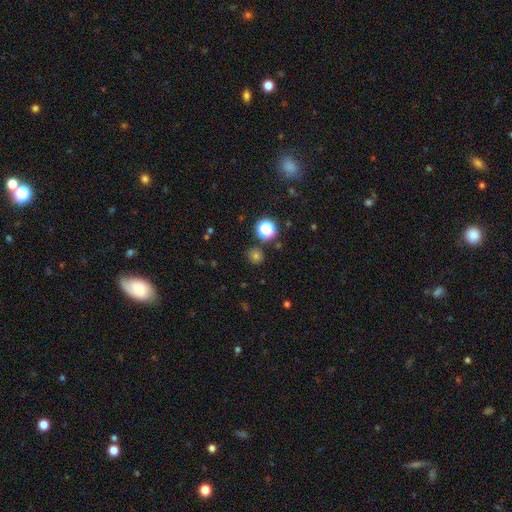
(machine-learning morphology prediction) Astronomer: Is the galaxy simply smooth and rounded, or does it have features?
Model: smooth — 67%.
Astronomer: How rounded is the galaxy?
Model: round — 92%.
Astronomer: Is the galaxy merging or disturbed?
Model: none — 85%.